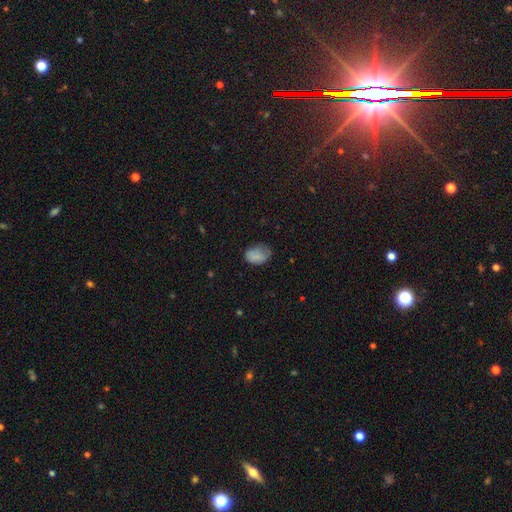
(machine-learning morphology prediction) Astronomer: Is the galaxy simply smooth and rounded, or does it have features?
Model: smooth — 79%.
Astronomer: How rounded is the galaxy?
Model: in between — 76%.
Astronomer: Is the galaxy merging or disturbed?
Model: none — 54% (runner-up: minor disturbance, 33%).